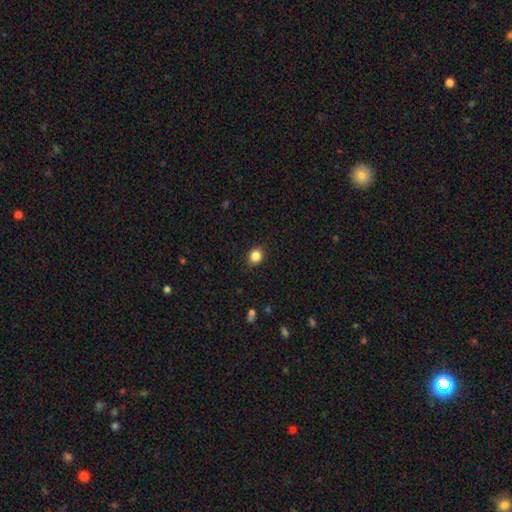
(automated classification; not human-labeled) smooth 85%, star or artifact 11%, featured or disk 4%. Down the decision tree: how rounded — round (70%); merging — none (88%).